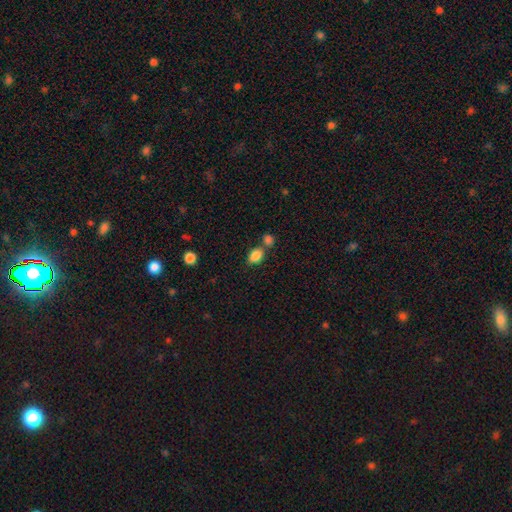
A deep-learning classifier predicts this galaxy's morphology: Smooth or featured? Predicted: smooth (p=0.86). How rounded? Predicted: in between (p=0.76). Merging? Predicted: none (p=0.55).